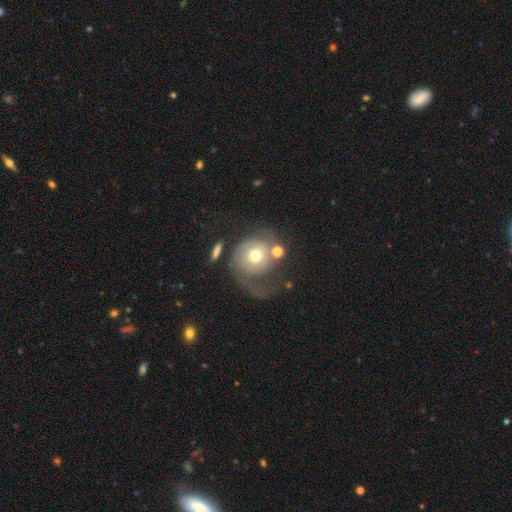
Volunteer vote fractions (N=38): Smooth or featured? 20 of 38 (53%) said featured or disk. Edge-on disk? 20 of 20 (100%) said no. Bar? 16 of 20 (80%) said no. Spiral arms? 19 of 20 (95%) said yes. Spiral winding? 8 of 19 (42%) said medium. Spiral arm count? 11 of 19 (58%) said 2. Bulge size? 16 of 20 (80%) said moderate. Merging? 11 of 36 (31%, tied with major disturbance) said none.